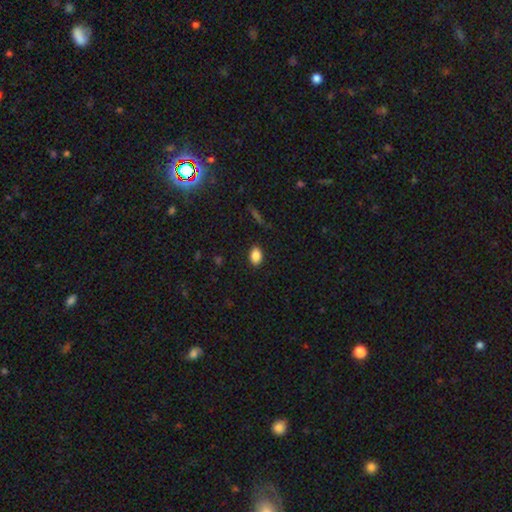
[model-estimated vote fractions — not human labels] Smooth or featured?
  - smooth: 86% *
  - star or artifact: 9%
  - featured or disk: 5%
How rounded?
  - in between: 81% *
  - round: 17%
  - cigar-shaped: 1%
Merging?
  - none: 87% *
  - minor disturbance: 9%
  - major disturbance: 2%
  - merger: 1%